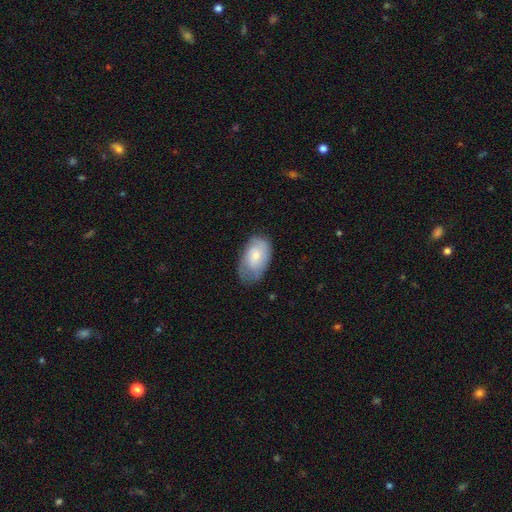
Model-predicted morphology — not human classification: smooth-or-featured: smooth: 65% | featured or disk: 28% | star or artifact: 6%
  how-rounded: in between: 92% | round: 7% | cigar-shaped: 1%
  merging: none: 57% | minor disturbance: 31% | major disturbance: 10% | merger: 1%